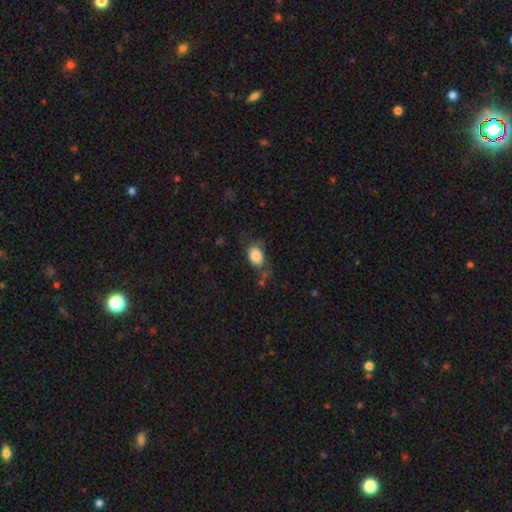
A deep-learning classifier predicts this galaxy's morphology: smooth 82%, featured or disk 9%, star or artifact 8%. Down the decision tree: how rounded — in between (80%); merging — none (57%).